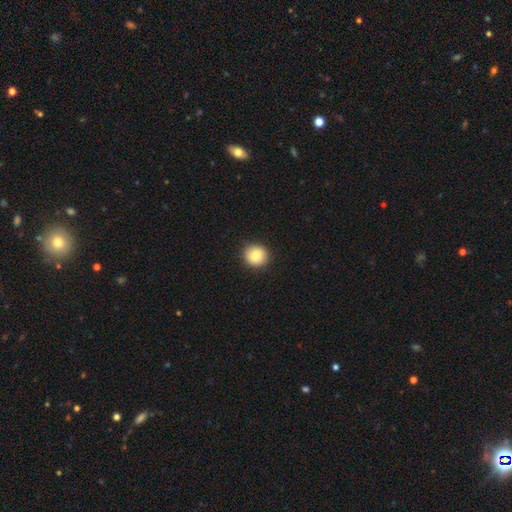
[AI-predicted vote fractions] A smooth galaxy with no disk features (85%) that is round (88%). Merging: none (88%).